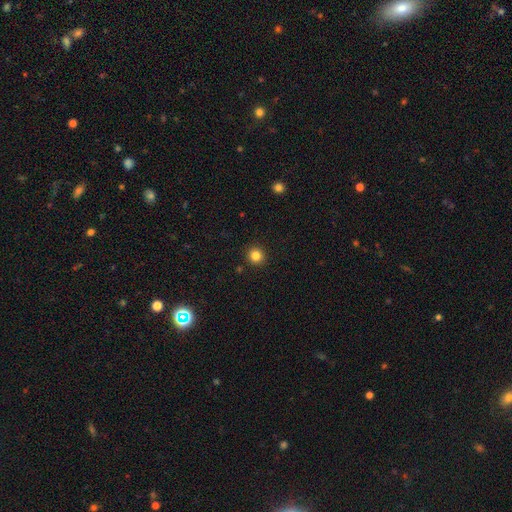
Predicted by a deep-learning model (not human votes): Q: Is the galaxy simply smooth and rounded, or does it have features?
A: smooth — 83%.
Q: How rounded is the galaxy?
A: round — 94%.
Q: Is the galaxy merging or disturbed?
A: none — 92%.